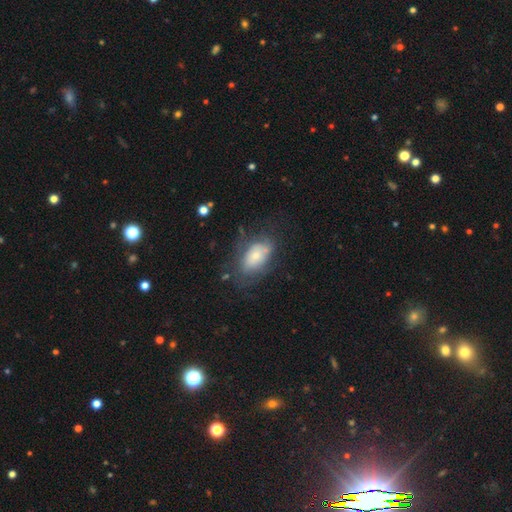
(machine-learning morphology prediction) Overall: smooth (56%; featured or disk 35%). How rounded: in between (90%). Merging: none (54%; minor disturbance 26%).